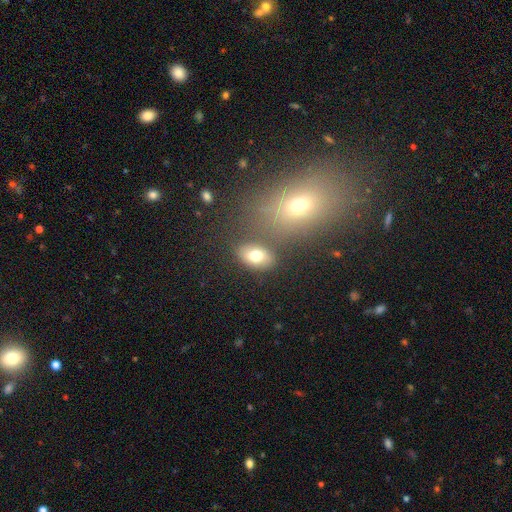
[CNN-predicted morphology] smooth-or-featured: smooth: 74% | featured or disk: 15% | star or artifact: 11%
  how-rounded: in between: 83% | round: 16% | cigar-shaped: 2%
  merging: none: 75% | minor disturbance: 12% | merger: 9% | major disturbance: 4%